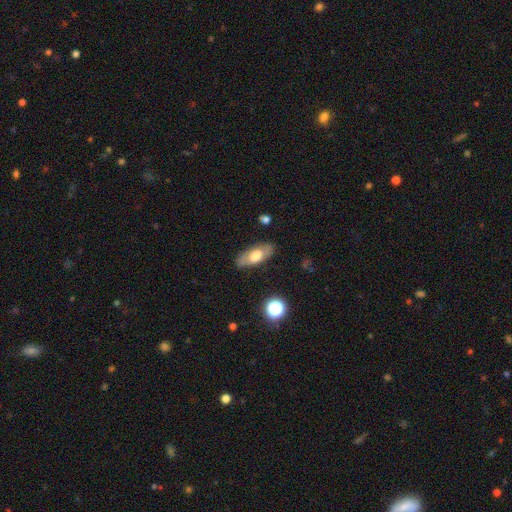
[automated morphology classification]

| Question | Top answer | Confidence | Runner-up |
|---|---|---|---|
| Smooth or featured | smooth | 55% | featured or disk (39%) |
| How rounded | in between | 81% | cigar-shaped (15%) |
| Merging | none | 81% | minor disturbance (14%) |